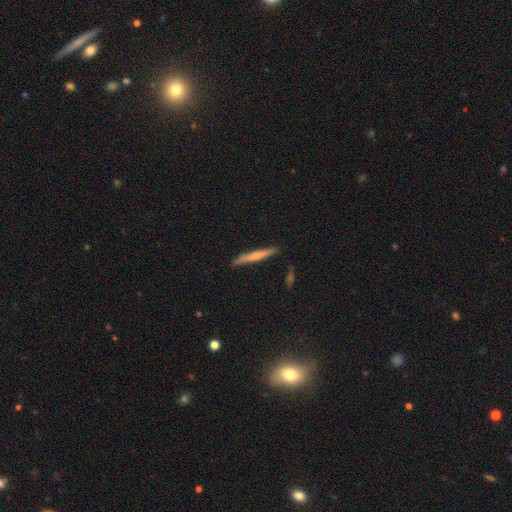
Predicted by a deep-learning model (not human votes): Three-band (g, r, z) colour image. It shows a smooth galaxy with no disk features (59%) that is cigar-shaped (96%). Merging: none (88%).